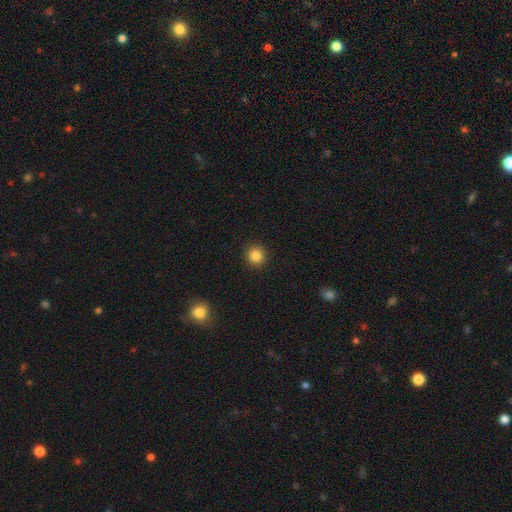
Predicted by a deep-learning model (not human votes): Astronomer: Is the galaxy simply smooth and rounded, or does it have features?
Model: smooth — 85%.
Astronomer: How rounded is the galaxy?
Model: round — 93%.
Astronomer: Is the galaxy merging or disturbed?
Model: none — 92%.